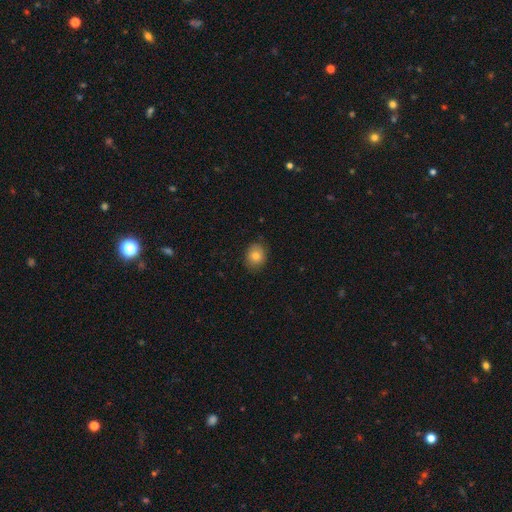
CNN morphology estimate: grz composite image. It shows a smooth galaxy with no disk features (81%) that is round (55%). Merging: none (84%).